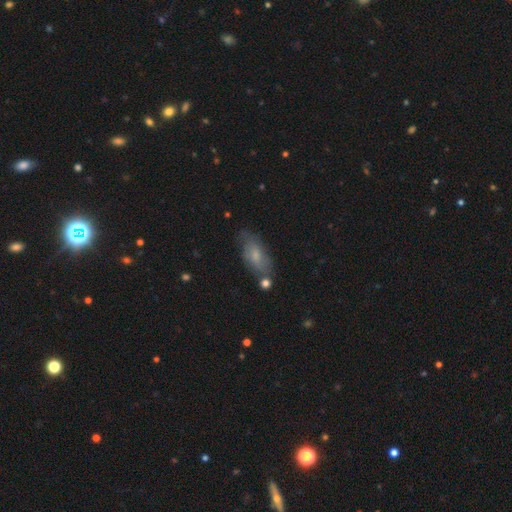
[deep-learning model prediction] smooth-or-featured: smooth: 61% | featured or disk: 31% | star or artifact: 8%
  how-rounded: in between: 80% | cigar-shaped: 16% | round: 3%
  merging: none: 67% | minor disturbance: 21% | major disturbance: 6% | merger: 6%